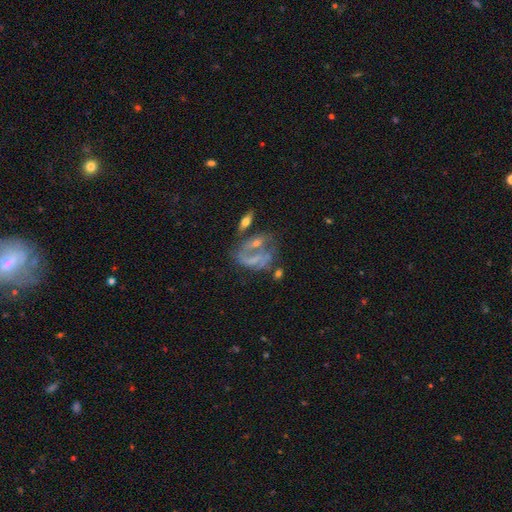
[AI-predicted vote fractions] The model was most divided on "spiral arms" (2-way tie): yes: 50%, no: 50%. Remaining: edge-on disk — no (94%); smooth or featured — featured or disk (61%); bar — no (53%); bulge size — none (45%); merging — none (31%).